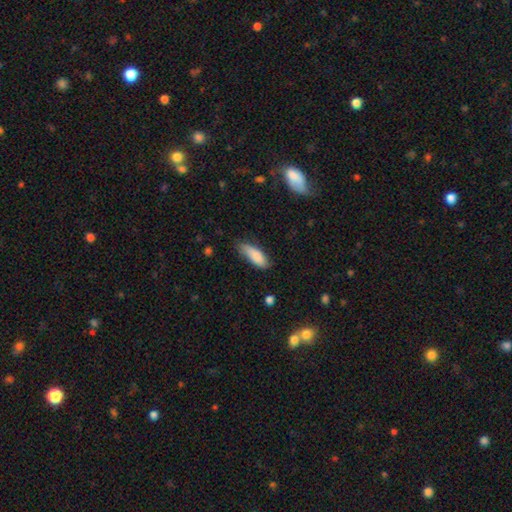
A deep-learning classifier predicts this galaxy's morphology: This appears to be a smooth galaxy with no disk features (85%) that is in between round and cigar-shaped (65%). Merging: none (67%).